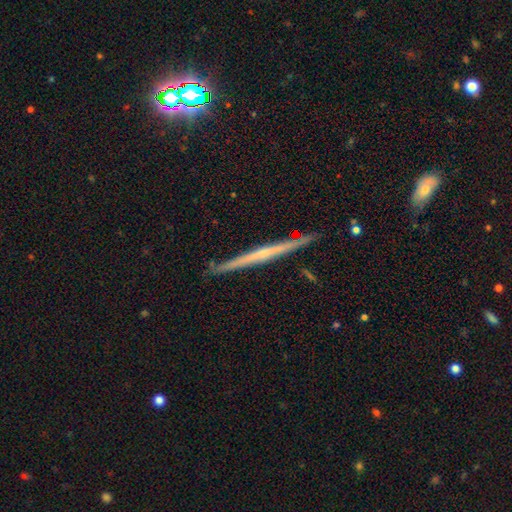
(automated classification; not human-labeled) smooth_or_featured: featured or disk (p=0.63) [alt: smooth p=0.22]
disk_edge_on: yes (p=0.94) [alt: no p=0.06]
edge_on_bulge: rounded (p=0.46) [alt: none p=0.45]
merging: none (p=0.82) [alt: minor disturbance p=0.12]